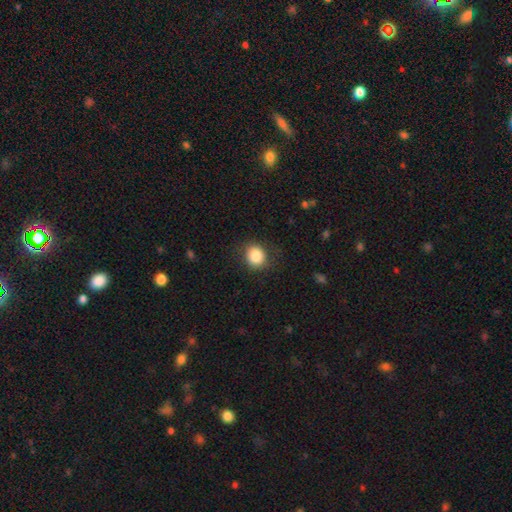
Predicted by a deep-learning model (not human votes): Q: Smooth or featured?
A: smooth (85%); runner-up: star or artifact (9%)
Q: How rounded?
A: round (73%); runner-up: in between (26%)
Q: Merging?
A: none (82%); runner-up: minor disturbance (12%)